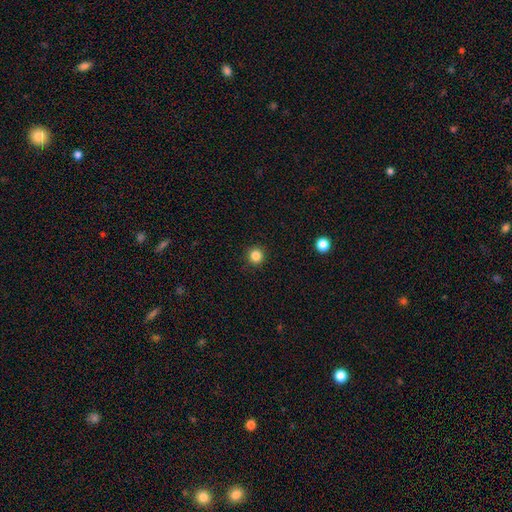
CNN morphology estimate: A smooth galaxy with no disk features (84%) that is round (95%).

Vote fractions:
- Smooth or featured? smooth: 84% / star or artifact: 12% / featured or disk: 4%
- How rounded? round: 95% / in between: 4% / cigar-shaped: 1%
- Merging? none: 92% / minor disturbance: 5% / major disturbance: 2% / merger: 1%